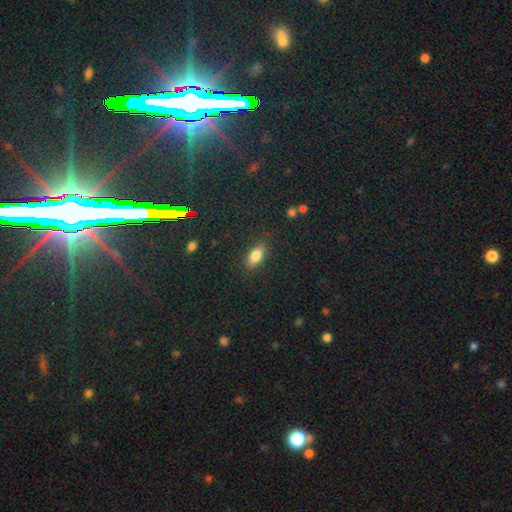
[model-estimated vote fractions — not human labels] Morphology: type=smooth (80%); roundness=in between (84%); merging=none (86%).